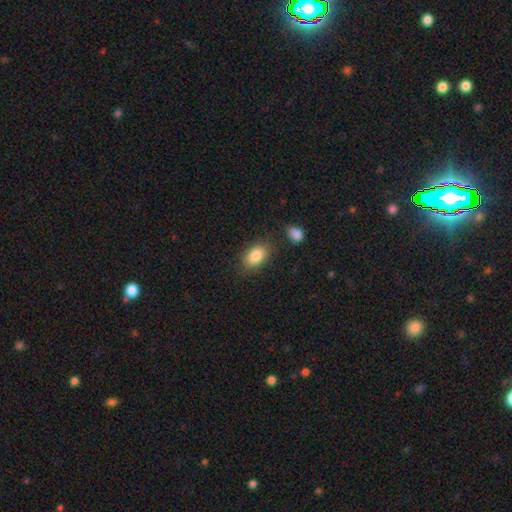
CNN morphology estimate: This appears to be a smooth galaxy with no disk features (85%) that is in between round and cigar-shaped (89%). Merging: none (78%).